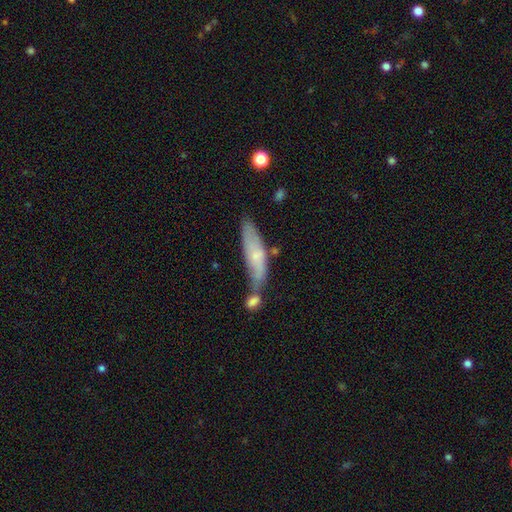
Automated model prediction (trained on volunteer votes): A smooth galaxy with no disk features (56%) that is cigar-shaped (70%). Merging: none (43%).